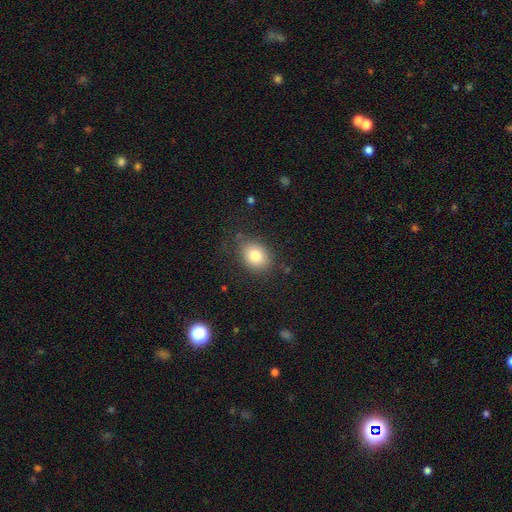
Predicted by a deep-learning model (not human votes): Overall: smooth (75%). How rounded: round (57%; in between 42%). Merging: none (83%).